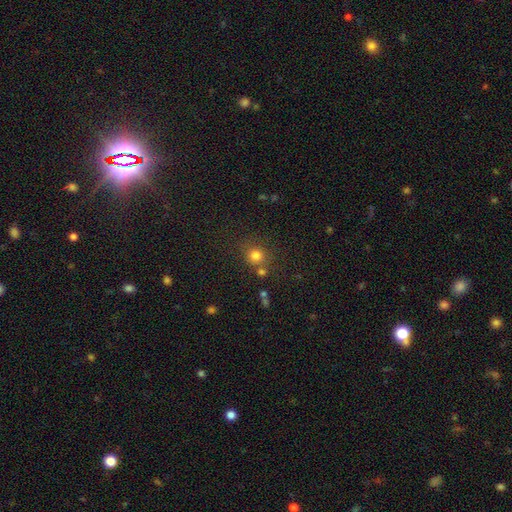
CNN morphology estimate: This appears to be a smooth galaxy with no disk features (78%) that is round (89%). Merging: none (69%).